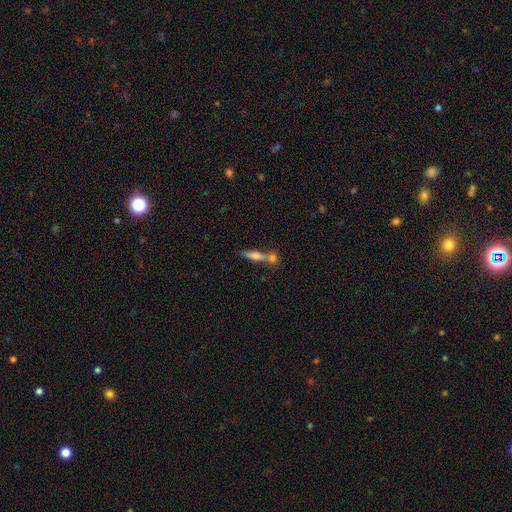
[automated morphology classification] Smooth or featured? Predicted: smooth (p=0.47). Merging? Predicted: none (p=0.53).